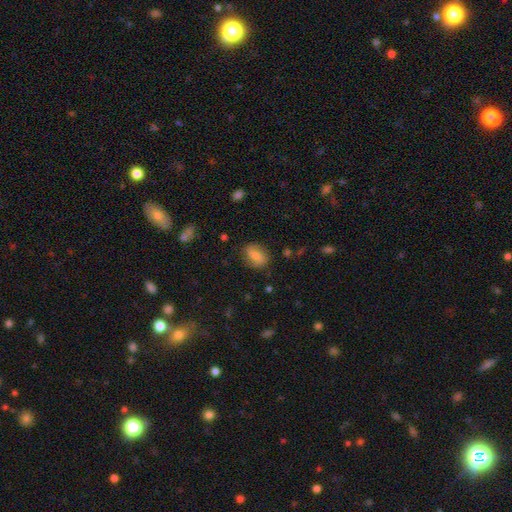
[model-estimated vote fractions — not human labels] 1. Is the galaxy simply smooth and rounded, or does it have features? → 53% smooth, 38% featured or disk, 8% star or artifact.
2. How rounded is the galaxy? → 65% in between, 32% round, 3% cigar-shaped.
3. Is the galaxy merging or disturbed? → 79% none, 15% minor disturbance, 4% major disturbance, 1% merger.